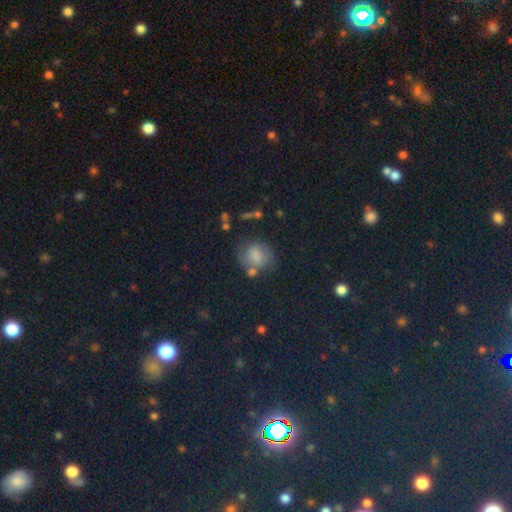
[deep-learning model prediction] Morphology: type=smooth (57%); roundness=round (66%); merging=none (55%).